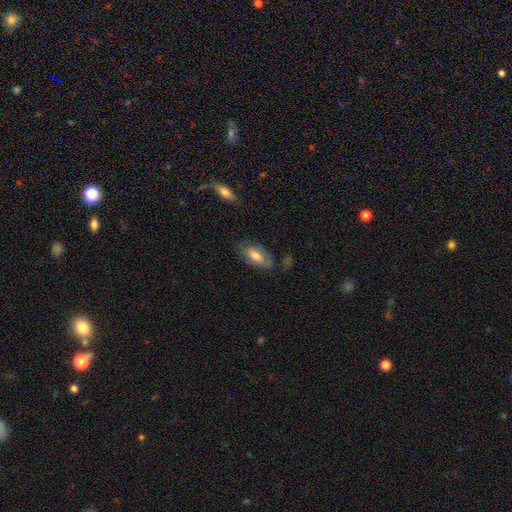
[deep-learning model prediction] Smooth or featured?
  - smooth: 71% *
  - featured or disk: 22%
  - star or artifact: 7%
How rounded?
  - in between: 89% *
  - cigar-shaped: 8%
  - round: 3%
Merging?
  - none: 72% *
  - minor disturbance: 20%
  - major disturbance: 6%
  - merger: 2%